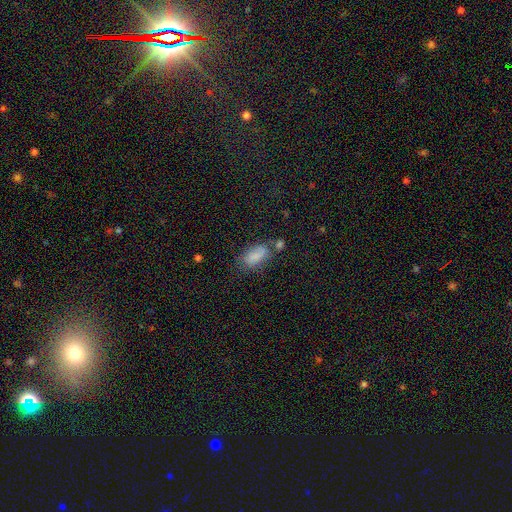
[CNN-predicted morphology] Overall: smooth (81%). How rounded: in between (89%). Merging: none (49%; minor disturbance 25%).